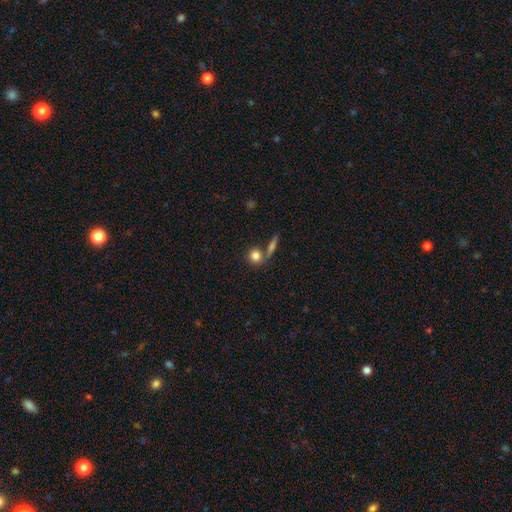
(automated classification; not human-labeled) Smooth or featured? smooth (81%)
How rounded? round (85%)
Merging? none (63%)